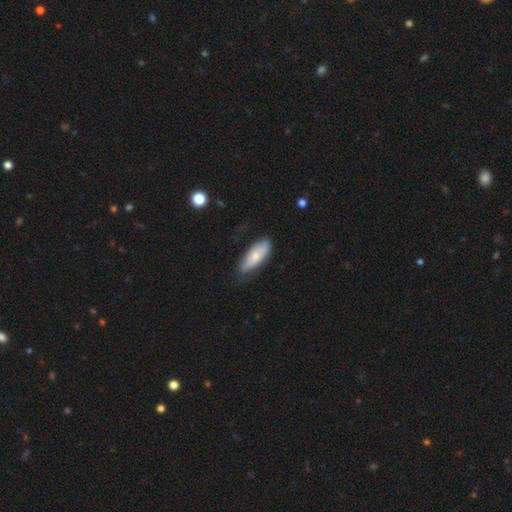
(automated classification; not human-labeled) smooth_or_featured: smooth (p=0.69) [alt: featured or disk p=0.25]
how_rounded: in between (p=0.72) [alt: cigar-shaped p=0.26]
merging: none (p=0.67) [alt: minor disturbance p=0.26]